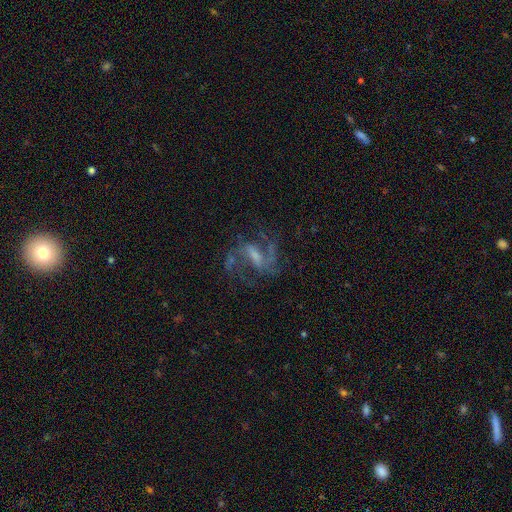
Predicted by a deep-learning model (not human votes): The model was most divided on "bulge size": small: 36%, moderate: 32%, none: 23%, large: 8%, dominant: 1%. Remaining: edge-on disk — no (96%); spiral arms — yes (94%); smooth or featured — featured or disk (84%); spiral arm count — 2 (77%); merging — none (60%); spiral winding — medium (51%); bar — weak (46%).